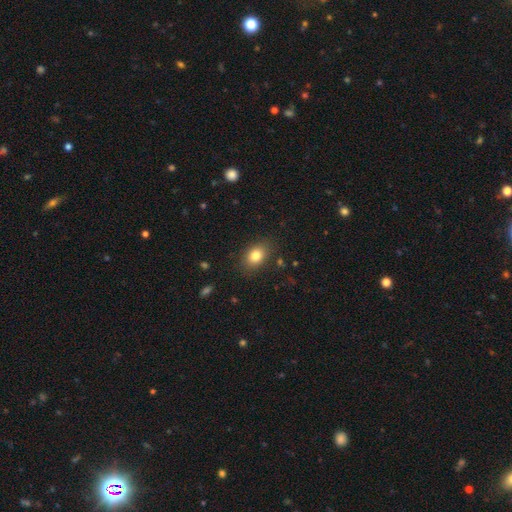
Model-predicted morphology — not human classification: This appears to be a smooth galaxy with no disk features (81%) that is in between round and cigar-shaped (72%). Merging: none (84%).